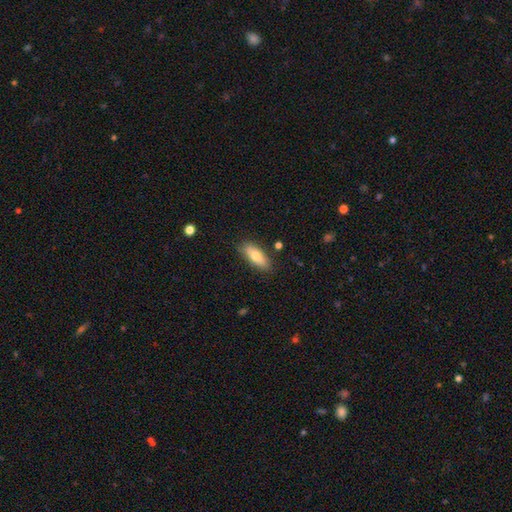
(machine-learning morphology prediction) smooth-or-featured: smooth: 74% | featured or disk: 19% | star or artifact: 6%
  how-rounded: in between: 68% | cigar-shaped: 29% | round: 2%
  merging: none: 84% | minor disturbance: 11% | major disturbance: 2% | merger: 2%